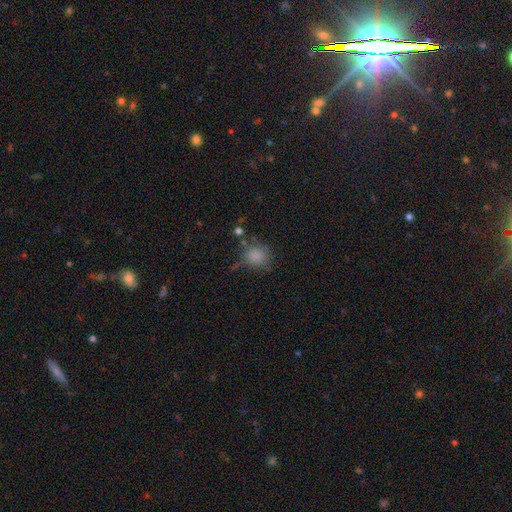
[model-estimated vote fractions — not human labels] Smooth or featured: smooth — 83% (star or artifact — 11%)
How rounded: round — 80% (in between — 19%)
Merging: none — 66% (minor disturbance — 20%)